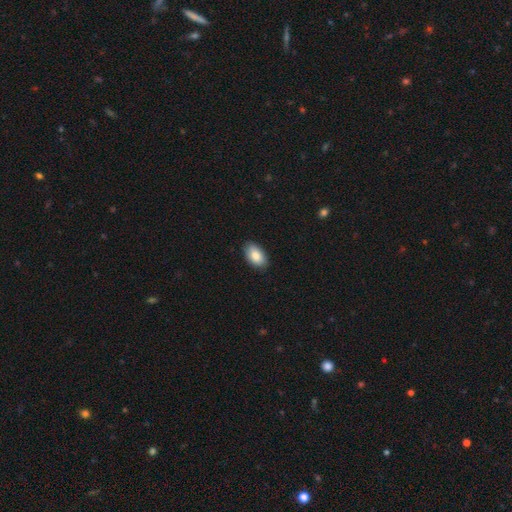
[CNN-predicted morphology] The model was most divided on "merging": none: 87%, minor disturbance: 11%, major disturbance: 2%, merger: 1%. More confident: how rounded — in between (94%); smooth or featured — smooth (85%).